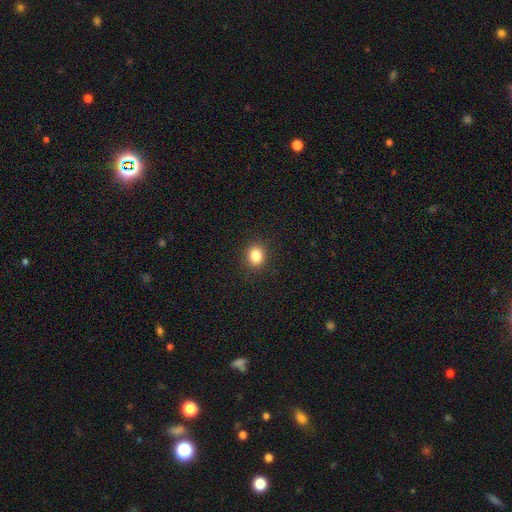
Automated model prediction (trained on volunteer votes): This is clearly a smooth galaxy (84%). How rounded: possibly round (60%). Merging: clearly none (90%).